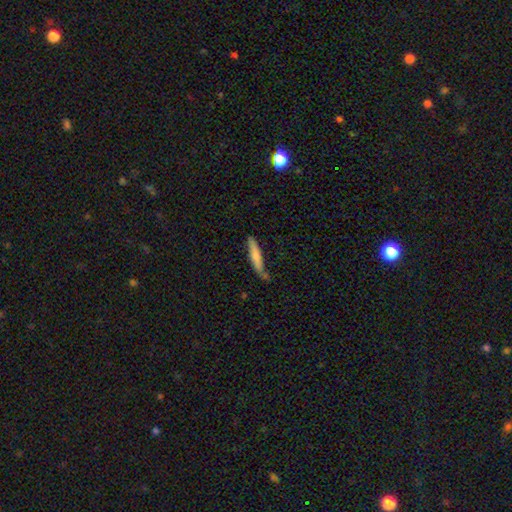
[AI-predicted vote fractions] This appears to be a smooth galaxy with no disk features (70%) that is cigar-shaped (89%). Merging: none (60%).